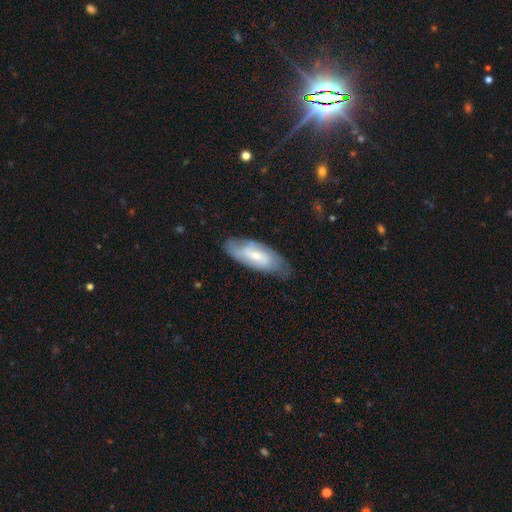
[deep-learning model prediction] Overall: featured or disk (53%; smooth 41%). Edge-on disk: no (87%). Merging: none (69%).